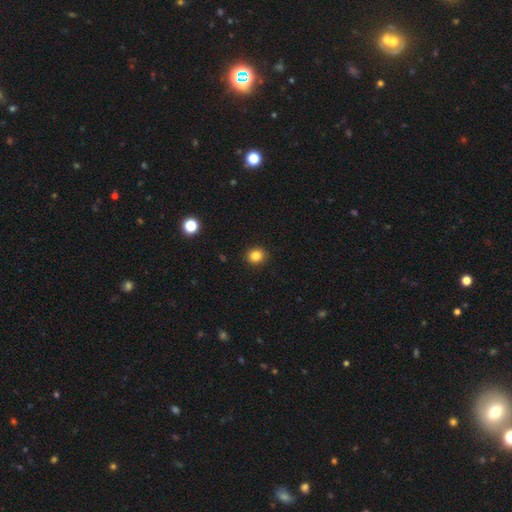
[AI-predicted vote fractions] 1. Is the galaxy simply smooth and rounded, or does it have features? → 84% smooth, 11% star or artifact, 4% featured or disk.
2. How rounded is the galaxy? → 79% round, 20% in between, 1% cigar-shaped.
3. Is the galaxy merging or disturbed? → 91% none, 6% minor disturbance, 2% major disturbance, 1% merger.